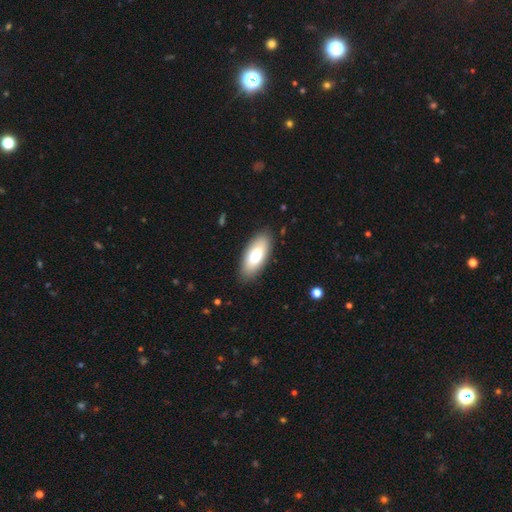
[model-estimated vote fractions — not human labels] Smooth or featured?
  - smooth: 78% *
  - featured or disk: 16%
  - star or artifact: 6%
How rounded?
  - in between: 86% *
  - cigar-shaped: 12%
  - round: 2%
Merging?
  - none: 86% *
  - minor disturbance: 10%
  - major disturbance: 2%
  - merger: 1%